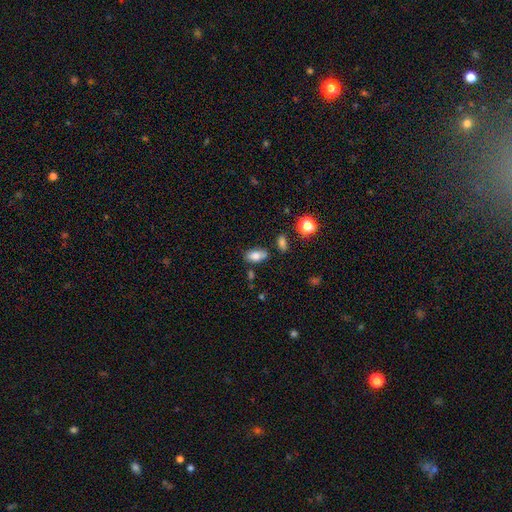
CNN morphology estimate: Overall: smooth (80%). How rounded: in between (90%). Merging: none (69%).